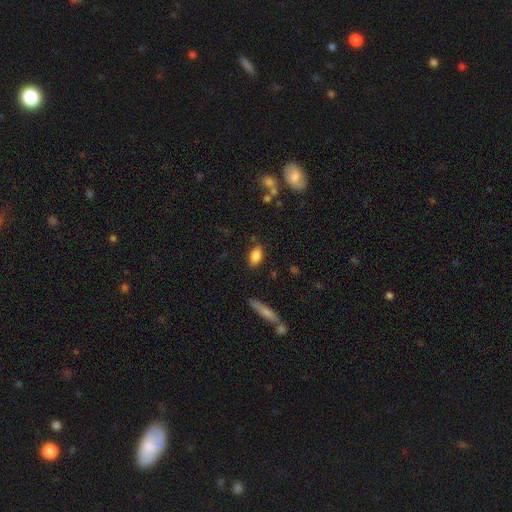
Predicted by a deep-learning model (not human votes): smooth 83%, featured or disk 9%, star or artifact 8%. Down the decision tree: how rounded — in between (87%); merging — none (81%).